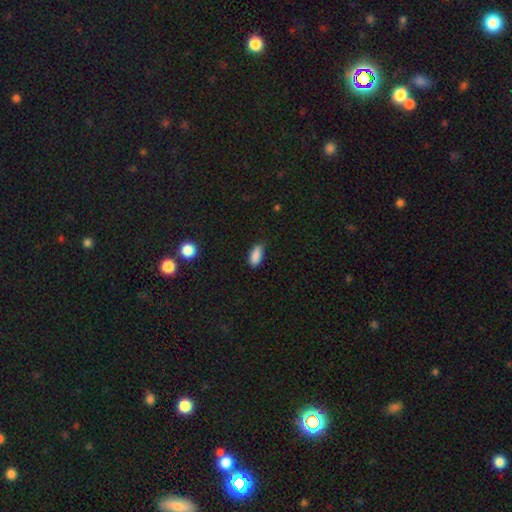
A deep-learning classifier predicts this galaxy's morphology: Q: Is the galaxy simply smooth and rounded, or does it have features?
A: smooth — 87%.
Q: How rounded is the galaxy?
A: in between — 86%.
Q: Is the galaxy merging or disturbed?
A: none — 71%.